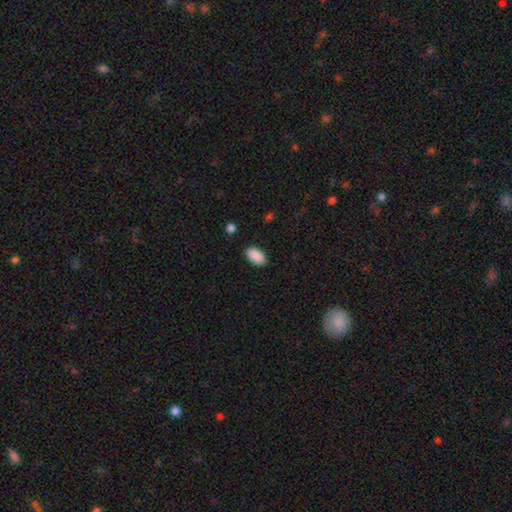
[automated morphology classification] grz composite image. It shows a smooth galaxy with no disk features (90%) that is in between round and cigar-shaped (94%). Merging: none (88%).